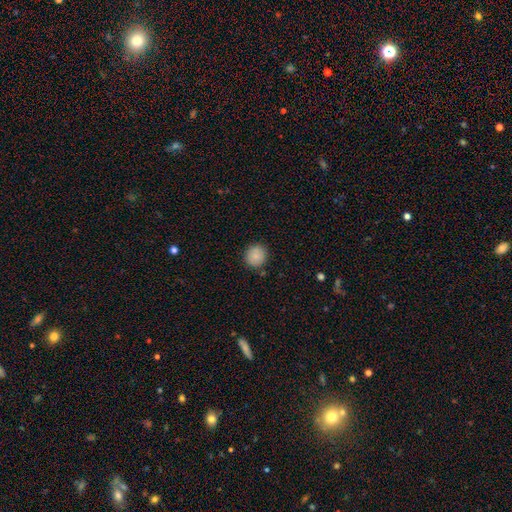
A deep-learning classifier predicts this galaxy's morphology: Q: Smooth or featured?
A: smooth (86%); runner-up: star or artifact (8%)
Q: How rounded?
A: round (90%); runner-up: in between (9%)
Q: Merging?
A: none (87%); runner-up: minor disturbance (9%)